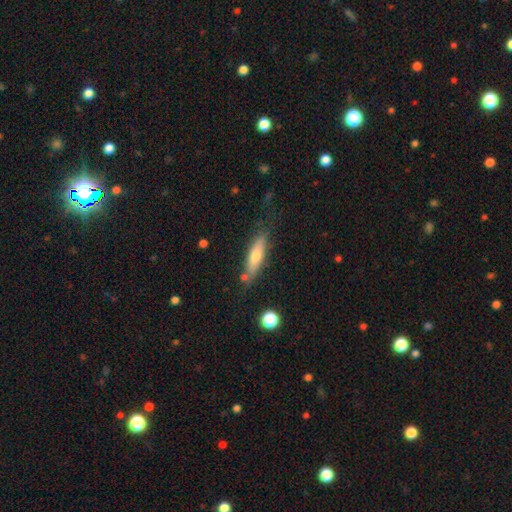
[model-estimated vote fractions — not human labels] smooth-or-featured: smooth: 56% | featured or disk: 37% | star or artifact: 7%
  how-rounded: cigar-shaped: 69% | in between: 29% | round: 2%
  merging: none: 73% | minor disturbance: 18% | merger: 5% | major disturbance: 4%